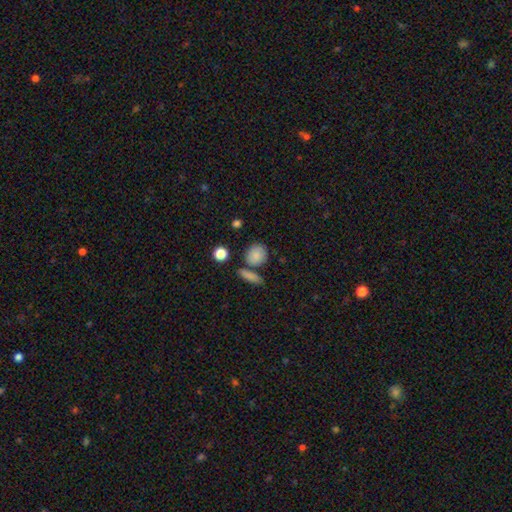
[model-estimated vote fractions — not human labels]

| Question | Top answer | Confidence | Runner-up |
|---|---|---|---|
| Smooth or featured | smooth | 84% | star or artifact (8%) |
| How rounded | round | 72% | in between (25%) |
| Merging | none | 68% | merger (15%) |